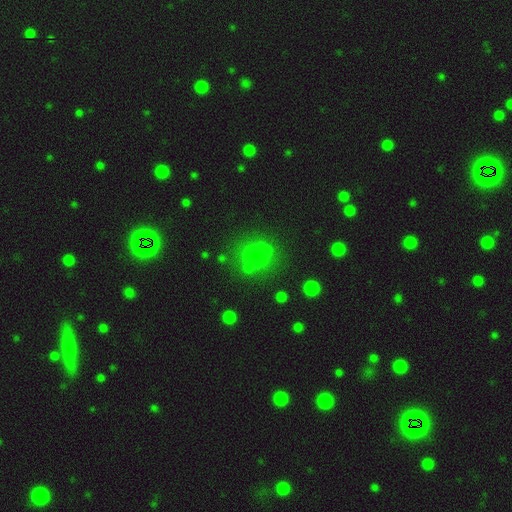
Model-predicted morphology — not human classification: smooth 70%, star or artifact 18%, featured or disk 11%. Down the decision tree: how rounded — round (87%); merging — none (69%).